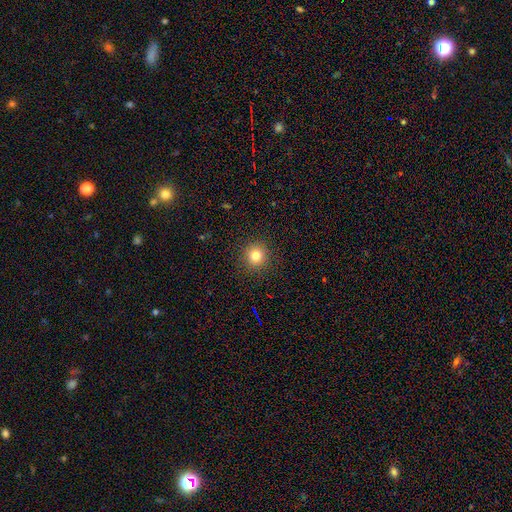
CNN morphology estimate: Smooth or featured?
  - smooth: 81% *
  - star or artifact: 13%
  - featured or disk: 6%
How rounded?
  - round: 93% *
  - in between: 6%
  - cigar-shaped: 1%
Merging?
  - none: 91% *
  - minor disturbance: 6%
  - major disturbance: 2%
  - merger: 1%